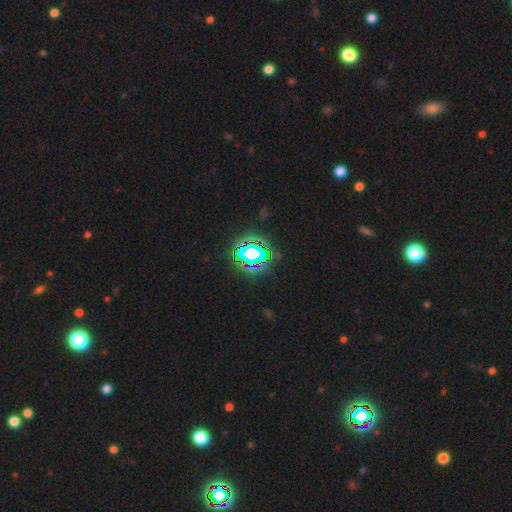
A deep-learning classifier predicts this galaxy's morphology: star or artifact 77%, smooth 15%, featured or disk 8%.